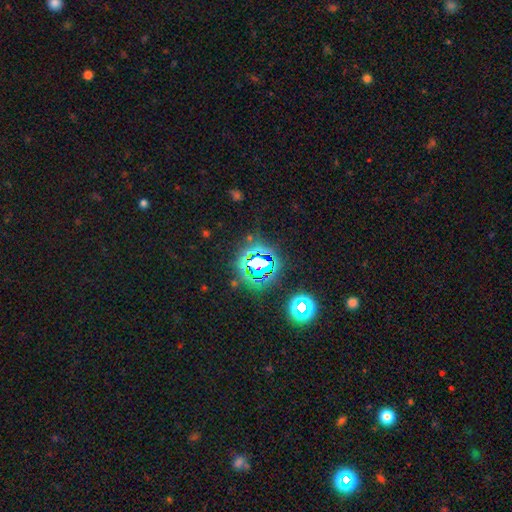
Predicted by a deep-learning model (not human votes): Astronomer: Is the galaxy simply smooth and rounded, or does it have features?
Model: star or artifact — 78%.